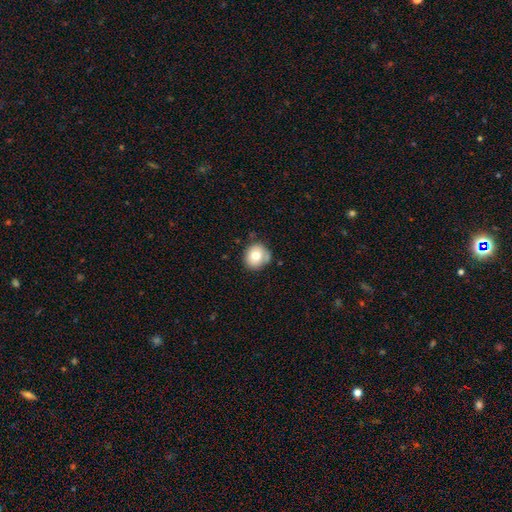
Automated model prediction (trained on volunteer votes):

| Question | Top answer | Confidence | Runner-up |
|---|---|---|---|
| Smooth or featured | smooth | 73% | featured or disk (17%) |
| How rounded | round | 88% | in between (11%) |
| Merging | none | 73% | minor disturbance (18%) |